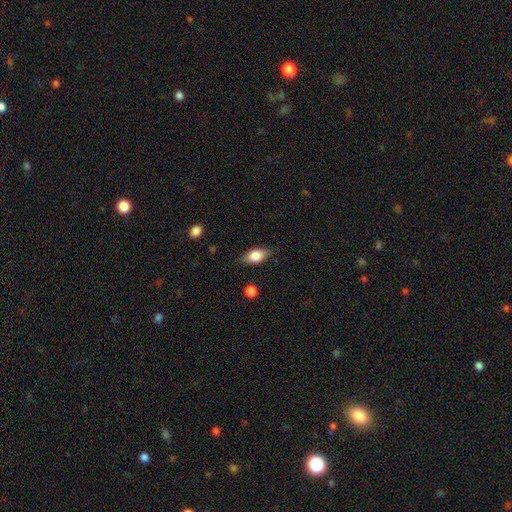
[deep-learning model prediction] Smooth or featured? smooth (72%)
How rounded? in between (85%)
Merging? none (81%)